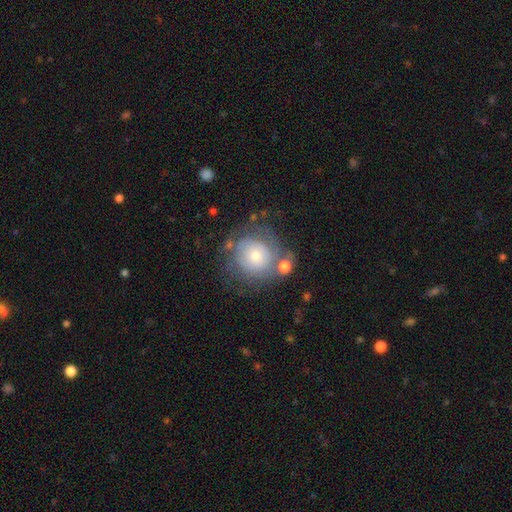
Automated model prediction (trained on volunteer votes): smooth_or_featured: smooth (p=0.46) [alt: featured or disk p=0.45]
merging: none (p=0.64) [alt: minor disturbance p=0.17]